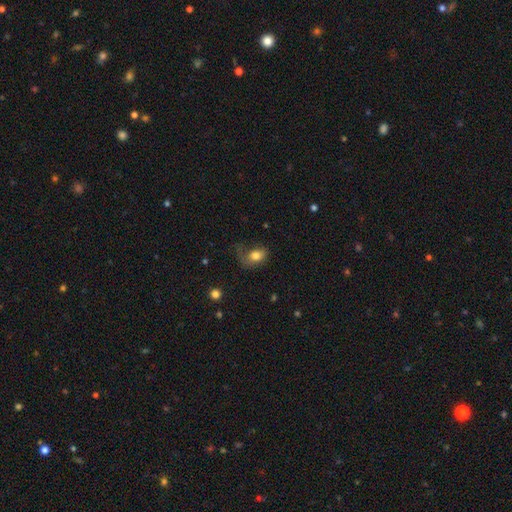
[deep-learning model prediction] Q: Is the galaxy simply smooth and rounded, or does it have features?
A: smooth — 76%.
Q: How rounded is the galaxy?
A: in between — 67%.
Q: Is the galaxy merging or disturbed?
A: major disturbance — 37%.